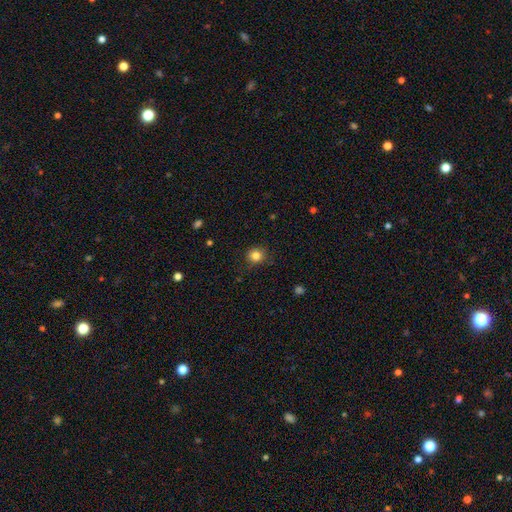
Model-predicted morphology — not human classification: Smooth or featured: smooth — 83% (star or artifact — 12%)
How rounded: round — 88% (in between — 11%)
Merging: none — 86% (minor disturbance — 11%)